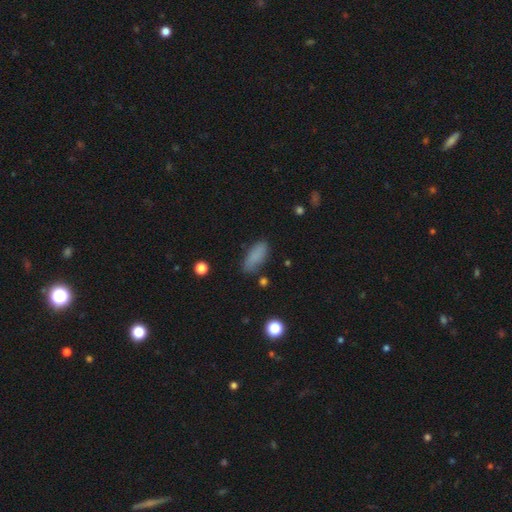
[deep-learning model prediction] A smooth galaxy with no disk features (83%) that is in between round and cigar-shaped (75%).

Vote fractions:
- Smooth or featured? smooth: 83% / star or artifact: 9% / featured or disk: 8%
- How rounded? in between: 75% / cigar-shaped: 22% / round: 3%
- Merging? none: 75% / minor disturbance: 17% / major disturbance: 4% / merger: 3%